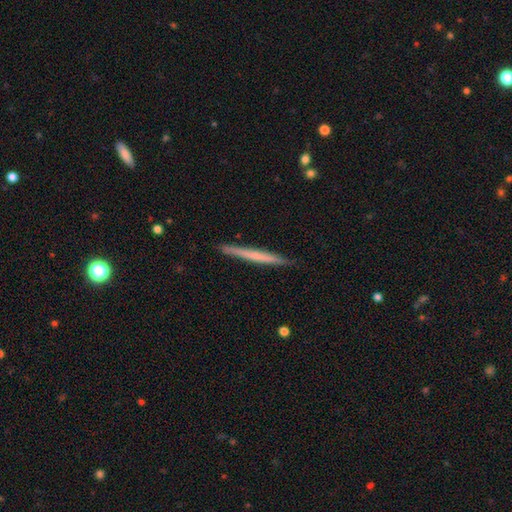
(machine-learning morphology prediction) type=smooth (50%); merging=none (90%).